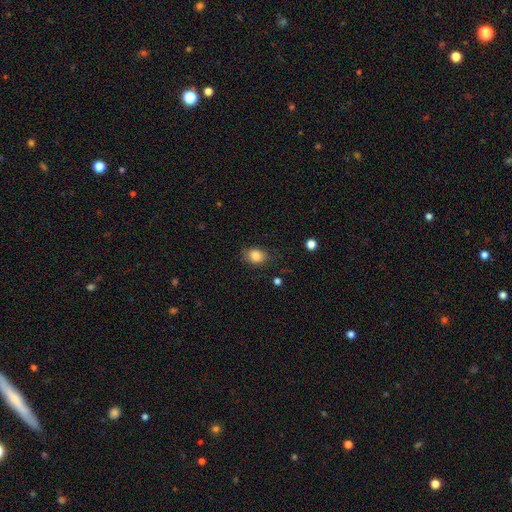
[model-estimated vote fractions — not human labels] This is clearly a smooth galaxy (84%). How rounded: possibly in between (57%). Merging: likely none (72%).